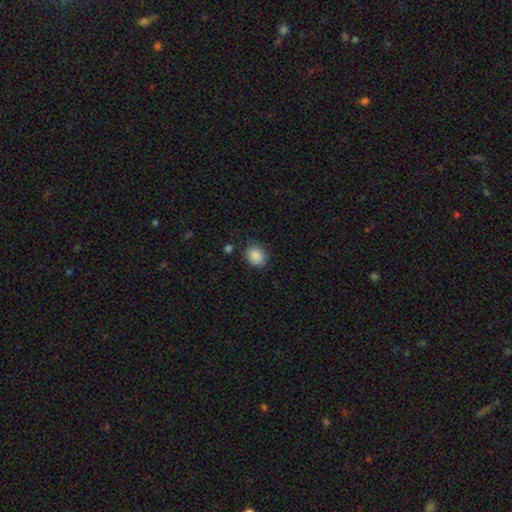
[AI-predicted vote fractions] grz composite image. It shows a smooth galaxy with no disk features (87%) that is round (67%). Merging: none (75%).